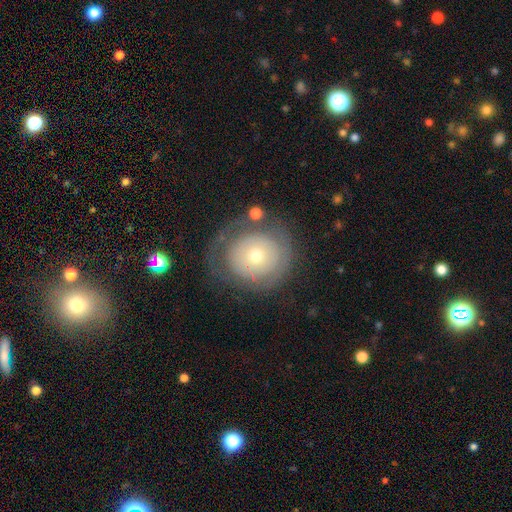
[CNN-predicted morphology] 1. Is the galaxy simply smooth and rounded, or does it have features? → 51% featured or disk, 42% smooth, 8% star or artifact.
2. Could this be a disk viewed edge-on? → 97% no, 3% yes.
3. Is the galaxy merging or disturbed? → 65% none, 19% minor disturbance, 13% major disturbance, 3% merger.